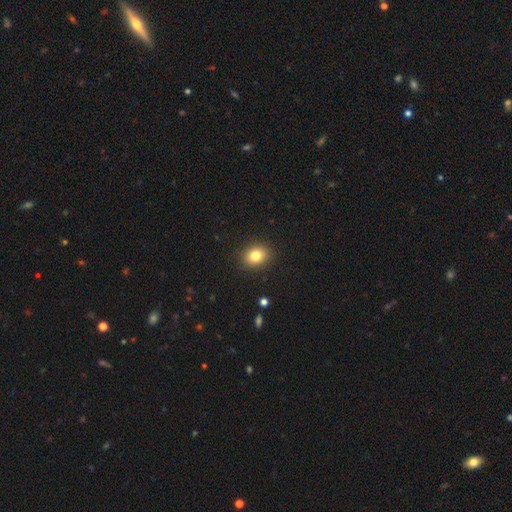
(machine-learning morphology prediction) This is clearly a smooth galaxy (82%). How rounded: possibly round (50%). Merging: clearly none (89%).